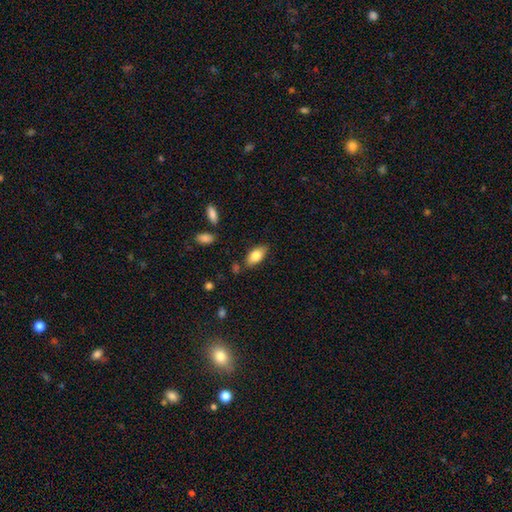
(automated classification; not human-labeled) Smooth or featured: smooth — 80% (featured or disk — 13%)
How rounded: in between — 90% (cigar-shaped — 7%)
Merging: none — 79% (minor disturbance — 14%)